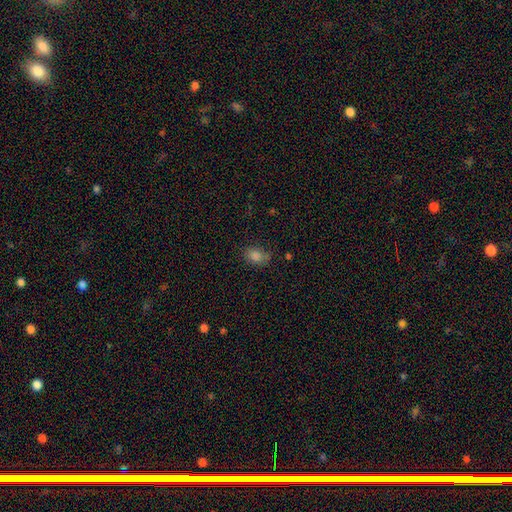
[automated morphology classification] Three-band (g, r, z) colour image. It shows a smooth galaxy with no disk features (81%) that is in between round and cigar-shaped (73%). Merging: none (67%).